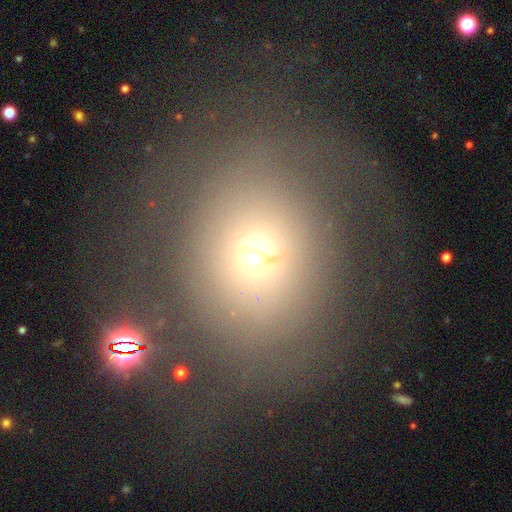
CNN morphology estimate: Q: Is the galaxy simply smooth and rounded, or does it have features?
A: smooth — 60%.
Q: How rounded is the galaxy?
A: round — 66%.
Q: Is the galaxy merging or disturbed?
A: none — 47%.